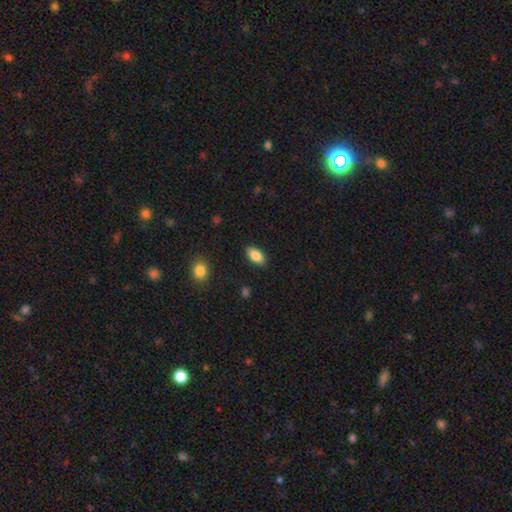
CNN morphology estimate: A smooth galaxy with no disk features (85%) that is in between round and cigar-shaped (92%).

Vote fractions:
- Smooth or featured? smooth: 85% / featured or disk: 8% / star or artifact: 7%
- How rounded? in between: 92% / cigar-shaped: 5% / round: 4%
- Merging? none: 88% / minor disturbance: 9% / major disturbance: 2% / merger: 1%